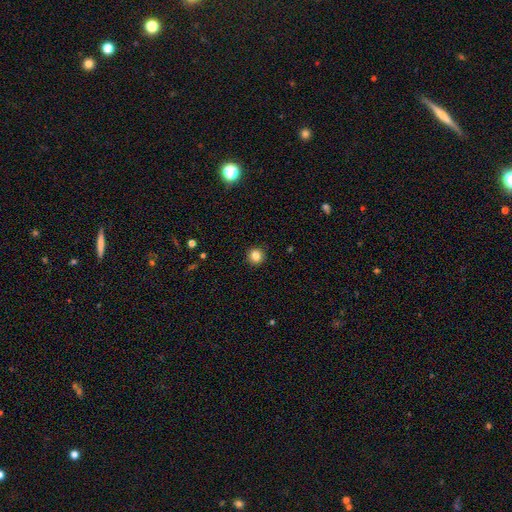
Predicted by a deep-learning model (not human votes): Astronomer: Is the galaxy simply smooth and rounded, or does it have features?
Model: smooth — 83%.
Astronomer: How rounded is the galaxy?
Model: round — 92%.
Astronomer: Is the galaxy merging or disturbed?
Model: none — 92%.